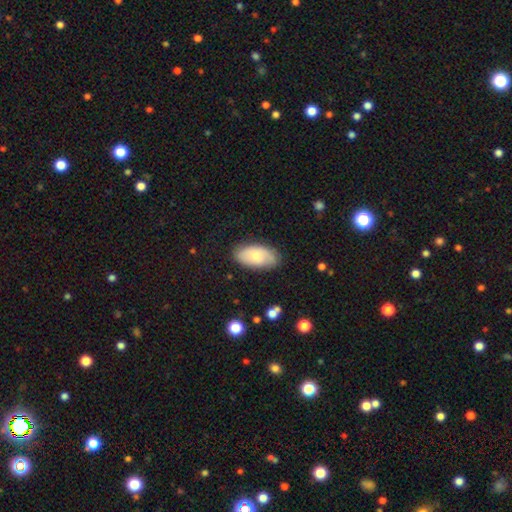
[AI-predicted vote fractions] This appears to be a smooth galaxy with no disk features (63%) that is in between round and cigar-shaped (94%). Merging: none (78%).